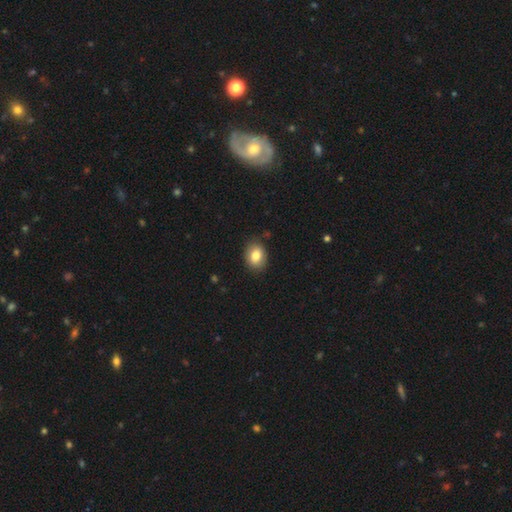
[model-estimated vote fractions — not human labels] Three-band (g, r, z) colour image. It shows a smooth galaxy with no disk features (82%) that is in between round and cigar-shaped (65%). Merging: none (85%).